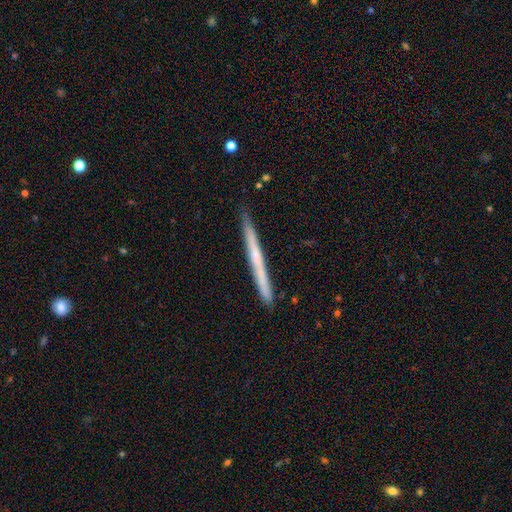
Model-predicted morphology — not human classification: Smooth or featured? Predicted: featured or disk (p=0.51). Edge-on disk? Predicted: yes (p=0.97). Merging? Predicted: none (p=0.89).